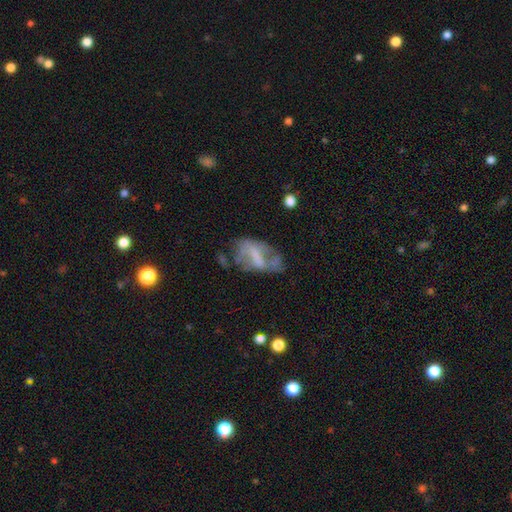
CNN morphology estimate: Smooth or featured: featured or disk — 57% (smooth — 32%)
Edge-on disk: no — 94% (yes — 6%)
Bar: strong — 34% (tied with weak — 34%)
Spiral arms: no — 64% (yes — 36%)
Bulge size: none — 55% (moderate — 19%)
Merging: none — 36% (major disturbance — 29%)